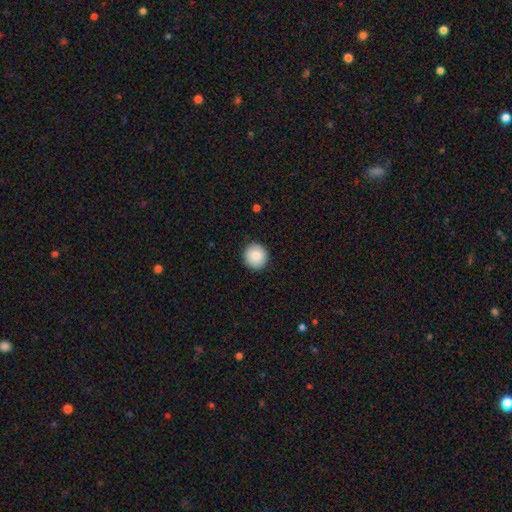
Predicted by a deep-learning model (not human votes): Smooth or featured: smooth — 87% (star or artifact — 7%)
How rounded: round — 92% (in between — 7%)
Merging: none — 92% (minor disturbance — 6%)